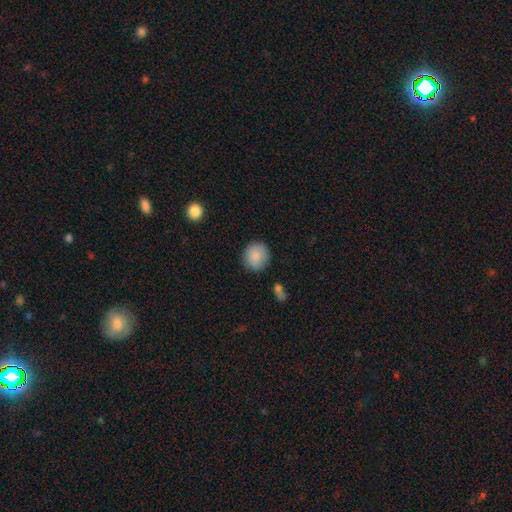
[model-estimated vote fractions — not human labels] smooth_or_featured: smooth (p=0.88) [alt: star or artifact p=0.07]
how_rounded: round (p=0.89) [alt: in between p=0.10]
merging: none (p=0.88) [alt: minor disturbance p=0.08]